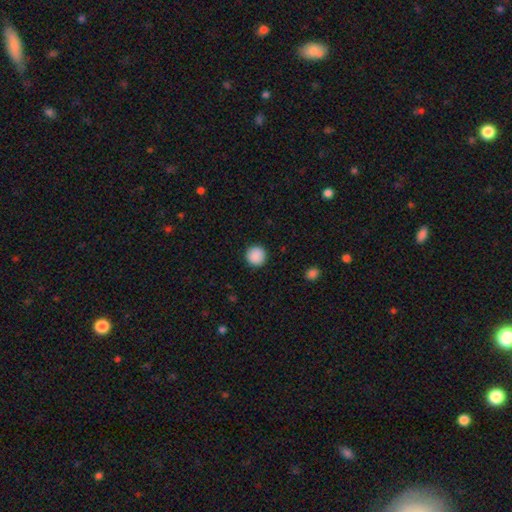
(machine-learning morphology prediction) Smooth or featured?
  - smooth: 90% *
  - star or artifact: 8%
  - featured or disk: 2%
How rounded?
  - round: 96% *
  - in between: 3%
  - cigar-shaped: 1%
Merging?
  - none: 93% *
  - minor disturbance: 5%
  - major disturbance: 2%
  - merger: 1%